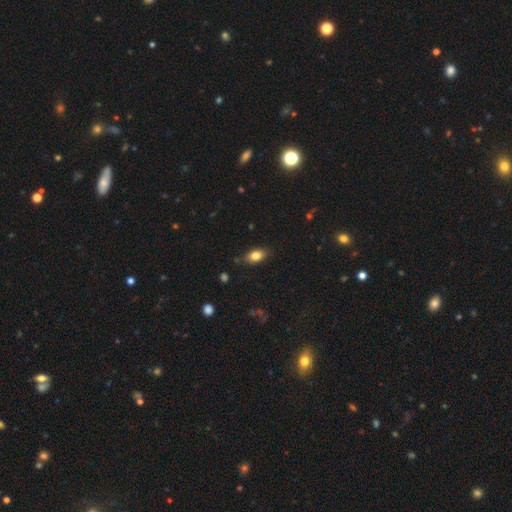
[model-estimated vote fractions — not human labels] smooth 82%, featured or disk 10%, star or artifact 9%. Down the decision tree: how rounded — in between (85%); merging — none (81%).